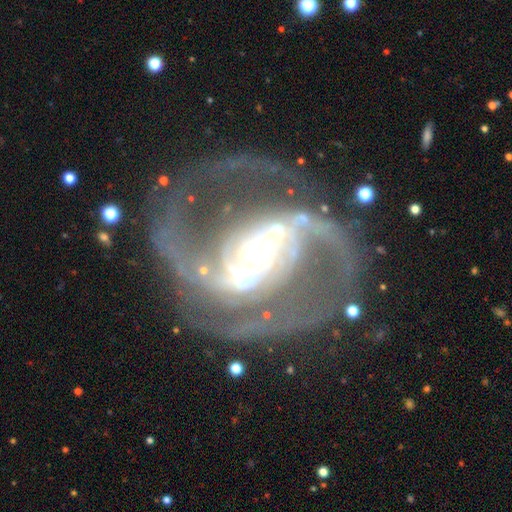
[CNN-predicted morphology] The model was most divided on "bar": strong: 44%, weak: 34%, no: 22%. Remaining: spiral arms — yes (98%); edge-on disk — no (98%); smooth or featured — featured or disk (92%); spiral arm count — 2 (85%); merging — none (68%); spiral winding — medium (58%); bulge size — moderate (50%).